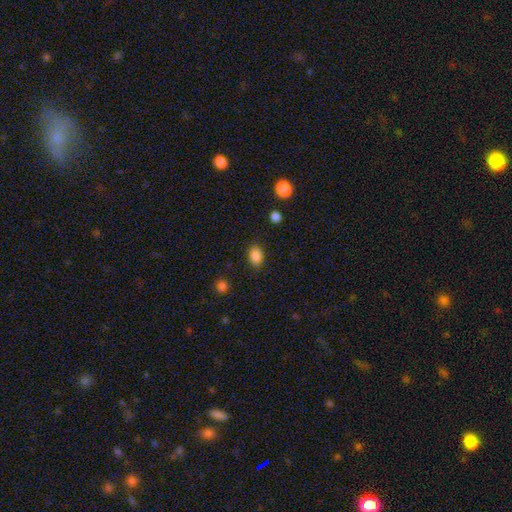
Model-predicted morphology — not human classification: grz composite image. It shows a smooth galaxy with no disk features (87%) that is in between round and cigar-shaped (70%). Merging: none (85%).